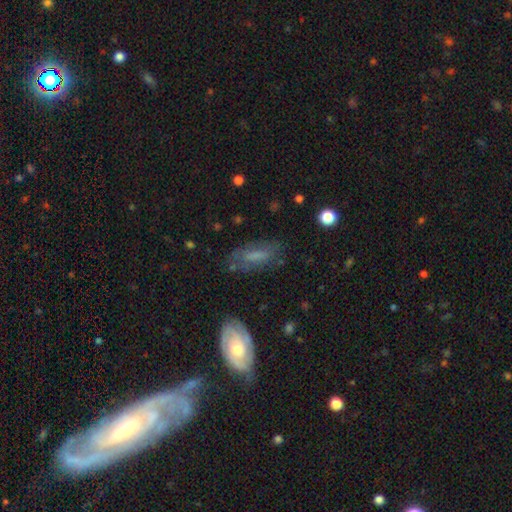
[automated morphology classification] The model was most divided on "smooth or featured": smooth: 51%, featured or disk: 38%, star or artifact: 11%. More confident: how rounded — in between (69%); merging — none (65%).